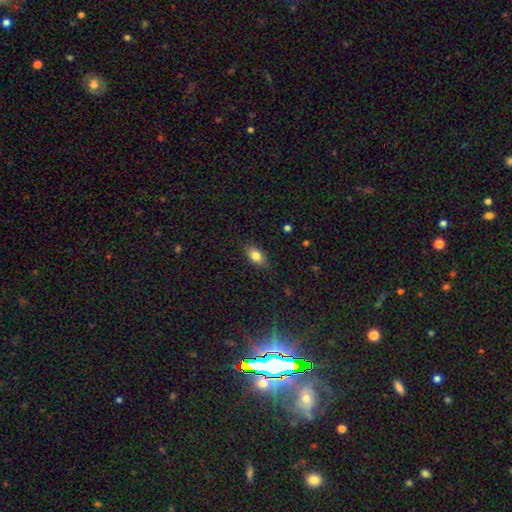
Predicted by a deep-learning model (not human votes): Q: Smooth or featured?
A: smooth (81%); runner-up: featured or disk (10%)
Q: How rounded?
A: in between (85%); runner-up: round (10%)
Q: Merging?
A: none (85%); runner-up: minor disturbance (12%)